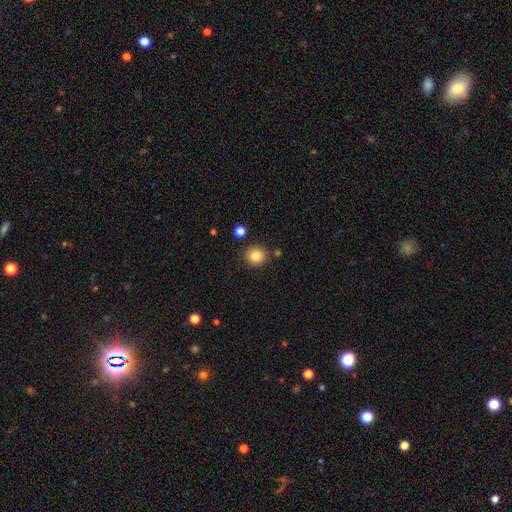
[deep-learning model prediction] Smooth or featured: smooth — 85% (star or artifact — 10%)
How rounded: round — 85% (in between — 14%)
Merging: none — 85% (minor disturbance — 8%)